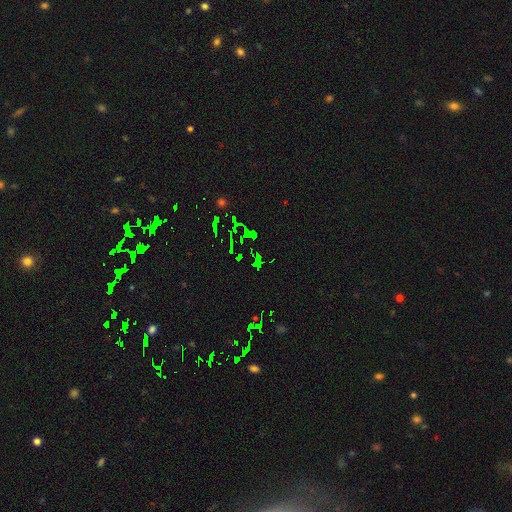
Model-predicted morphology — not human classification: The model was most divided on "smooth or featured": star or artifact: 71%, smooth: 15%, featured or disk: 14%.